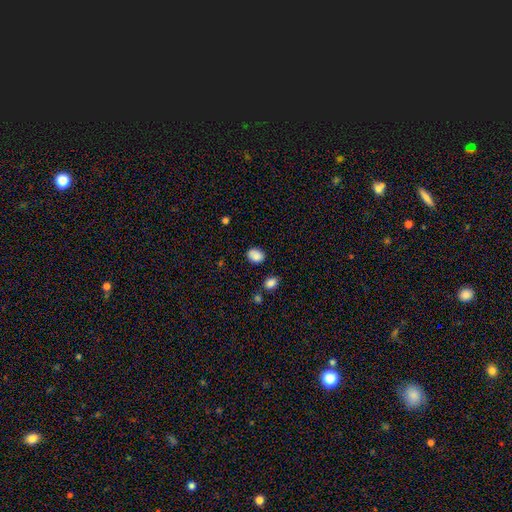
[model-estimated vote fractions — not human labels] This appears to be a smooth galaxy with no disk features (85%) that is in between round and cigar-shaped (59%). Merging: none (77%).